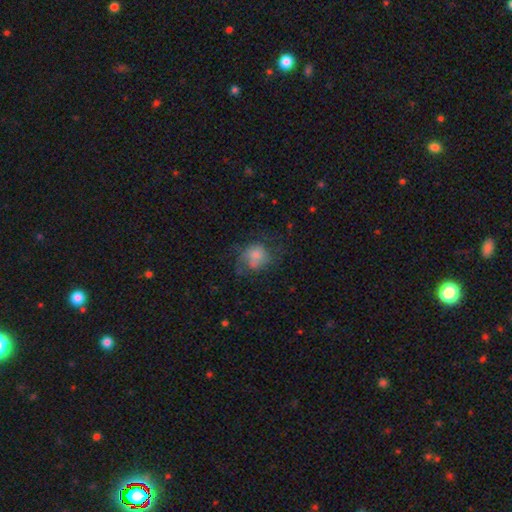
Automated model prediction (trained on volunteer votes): Smooth or featured: smooth — 62% (featured or disk — 27%)
How rounded: round — 67% (in between — 32%)
Merging: none — 43% (major disturbance — 29%)